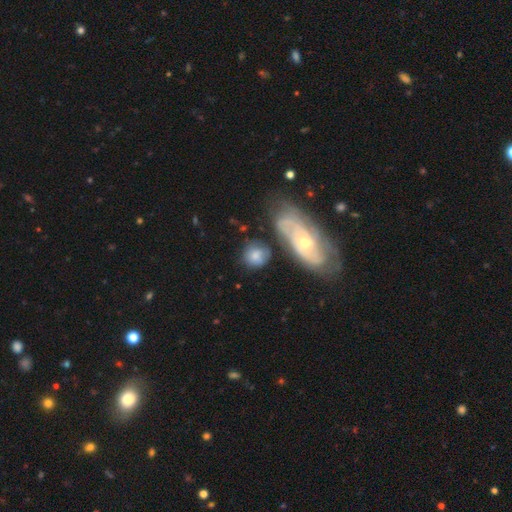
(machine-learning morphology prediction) Smooth or featured? Predicted: smooth (p=0.66). How rounded? Predicted: round (p=0.74). Merging? Predicted: none (p=0.59).